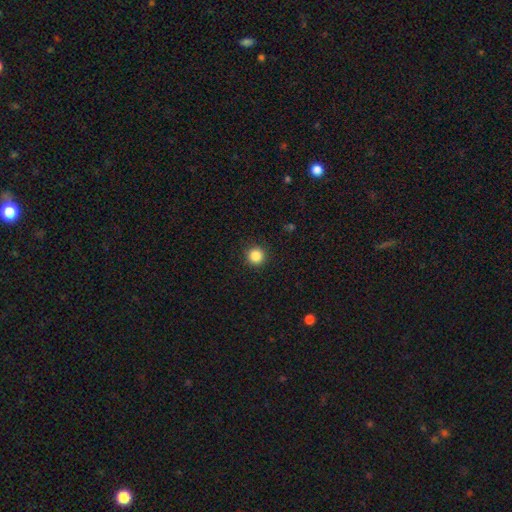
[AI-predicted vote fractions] Smooth or featured?
  - smooth: 86% *
  - star or artifact: 11%
  - featured or disk: 3%
How rounded?
  - round: 95% *
  - in between: 4%
  - cigar-shaped: 1%
Merging?
  - none: 92% *
  - minor disturbance: 5%
  - major disturbance: 2%
  - merger: 1%